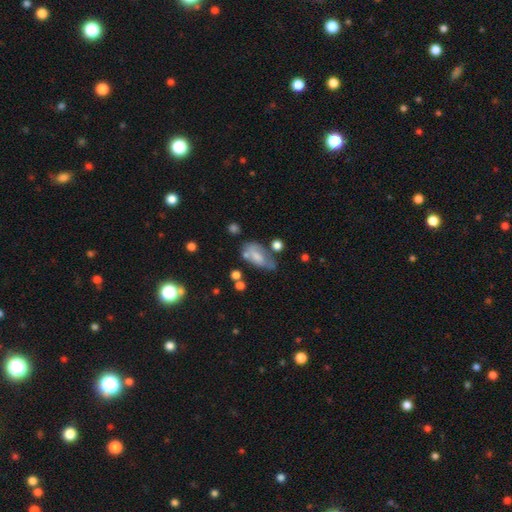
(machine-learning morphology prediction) A smooth galaxy with no disk features (60%) that is in between round and cigar-shaped (87%).

Vote fractions:
- Smooth or featured? smooth: 60% / featured or disk: 31% / star or artifact: 9%
- How rounded? in between: 87% / cigar-shaped: 8% / round: 5%
- Merging? none: 36% / minor disturbance: 30% / major disturbance: 21% / merger: 14%